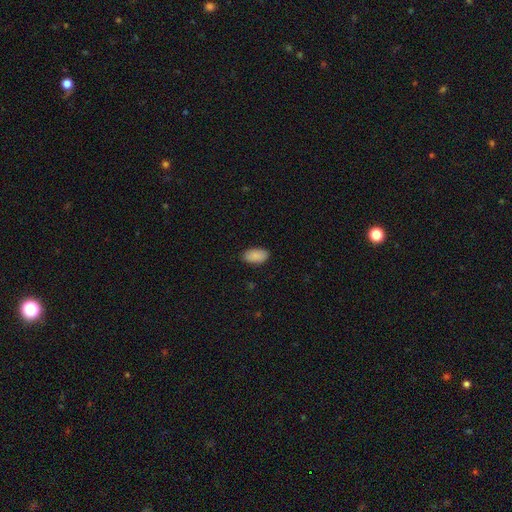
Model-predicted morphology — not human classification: The model was most divided on "merging": none: 85%, minor disturbance: 12%, major disturbance: 2%, merger: 1%. More confident: how rounded — in between (95%); smooth or featured — smooth (89%).